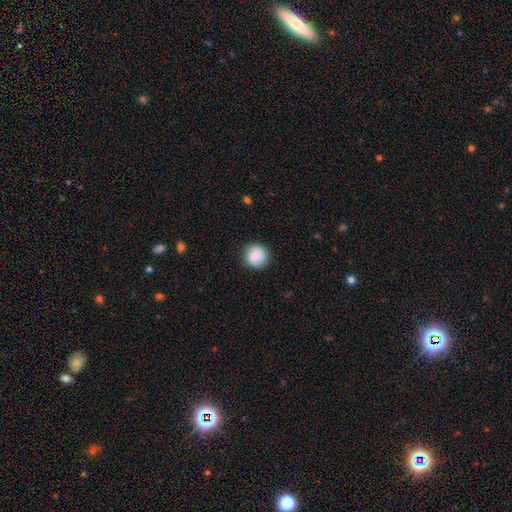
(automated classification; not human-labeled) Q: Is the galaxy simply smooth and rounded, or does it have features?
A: smooth — 71%.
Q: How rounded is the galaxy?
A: round — 92%.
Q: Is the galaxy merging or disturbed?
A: none — 85%.